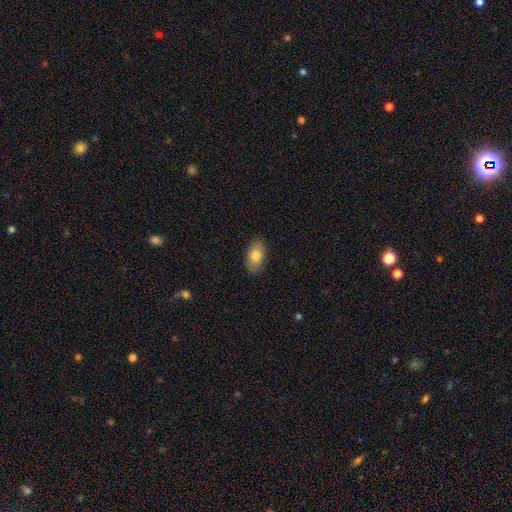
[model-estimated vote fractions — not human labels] A smooth galaxy with no disk features (80%) that is in between round and cigar-shaped (91%). Merging: none (86%).